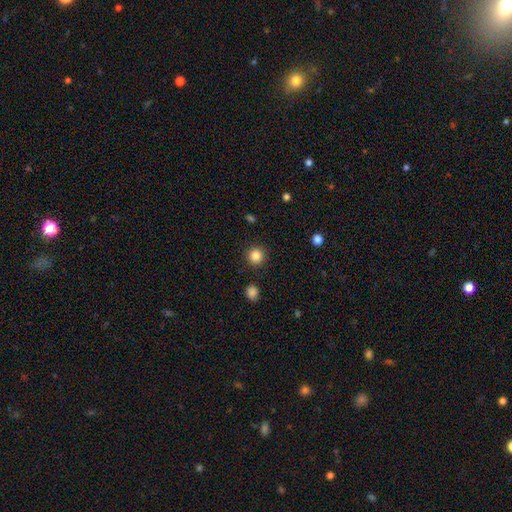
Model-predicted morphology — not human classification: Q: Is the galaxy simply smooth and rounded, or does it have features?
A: smooth — 85%.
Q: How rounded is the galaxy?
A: round — 94%.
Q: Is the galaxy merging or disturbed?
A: none — 91%.